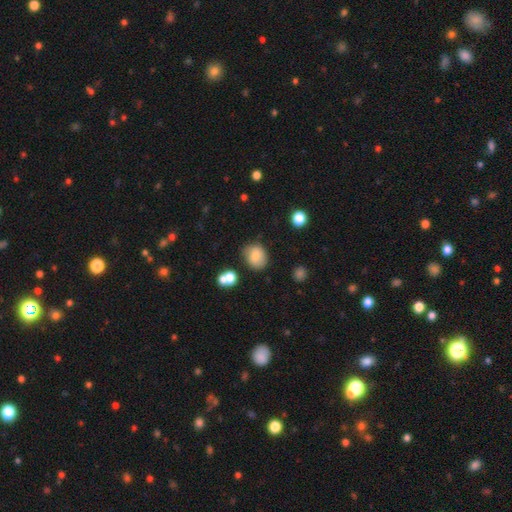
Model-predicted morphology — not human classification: This appears to be a smooth galaxy with no disk features (76%) that is round (58%). Merging: none (73%).